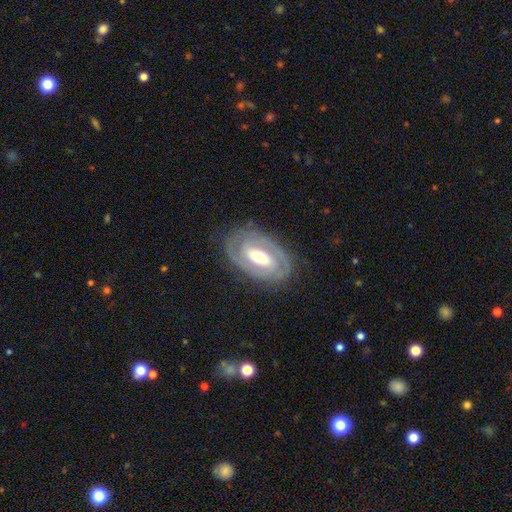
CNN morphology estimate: A featured or disk galaxy (83%) with a weak bar (39%), 2 (75%) tight (68%) spiral arms (85%) and a moderate central bulge (65%). Merging: none (83%).